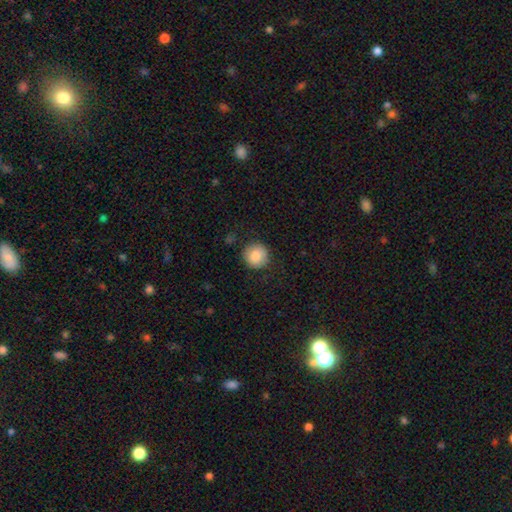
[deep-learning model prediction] smooth_or_featured: smooth (p=0.83) [alt: featured or disk p=0.09]
how_rounded: round (p=0.94) [alt: in between p=0.05]
merging: none (p=0.88) [alt: minor disturbance p=0.09]